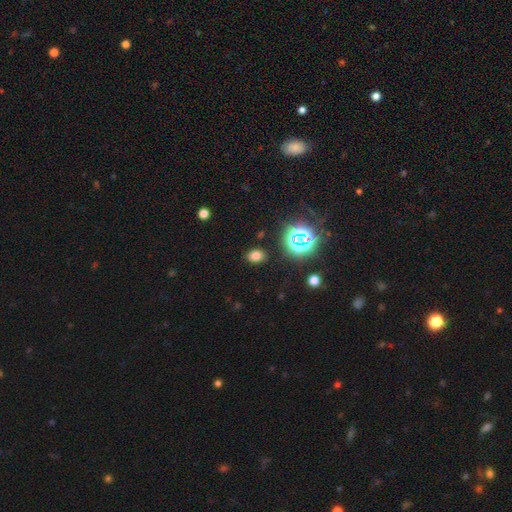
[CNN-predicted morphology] This appears to be a smooth galaxy with no disk features (69%) that is in between round and cigar-shaped (67%). Merging: none (86%).